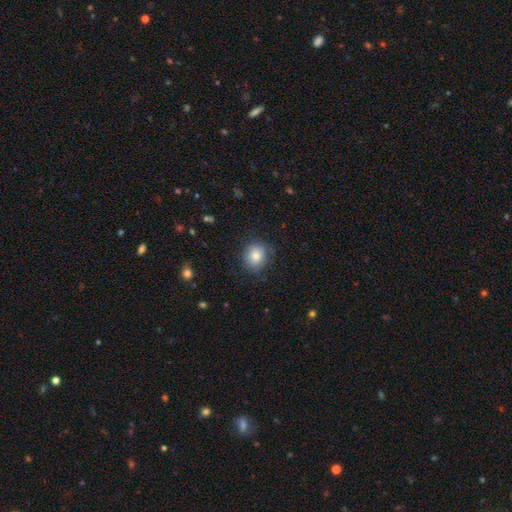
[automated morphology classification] smooth-or-featured: smooth: 81% | featured or disk: 10% | star or artifact: 9%
  how-rounded: round: 71% | in between: 28% | cigar-shaped: 1%
  merging: none: 76% | minor disturbance: 18% | major disturbance: 5% | merger: 1%